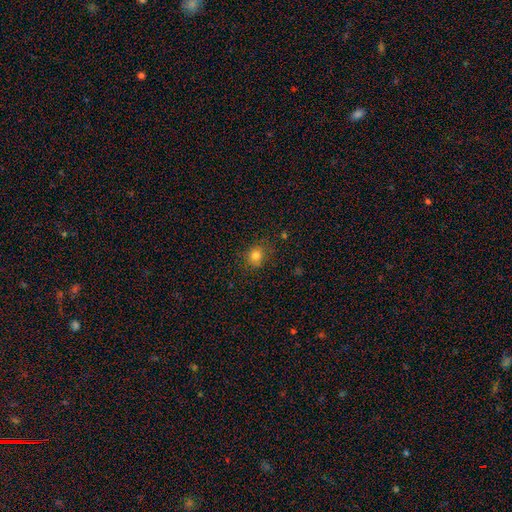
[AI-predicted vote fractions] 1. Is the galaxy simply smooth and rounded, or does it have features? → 80% smooth, 14% star or artifact, 6% featured or disk.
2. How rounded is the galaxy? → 77% round, 22% in between, 1% cigar-shaped.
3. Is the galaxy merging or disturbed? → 81% none, 14% minor disturbance, 4% major disturbance, 1% merger.